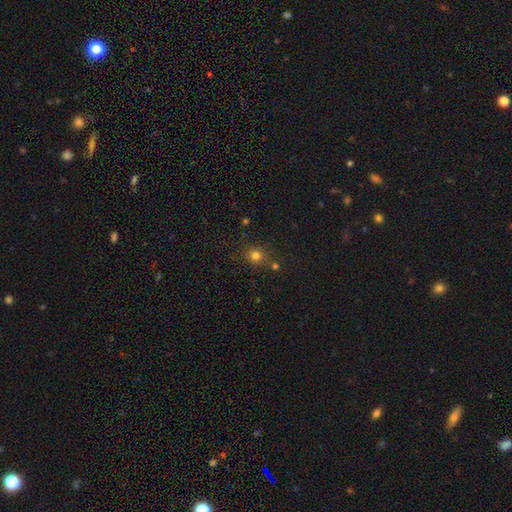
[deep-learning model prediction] Smooth or featured: smooth — 75% (star or artifact — 18%)
How rounded: round — 85% (in between — 14%)
Merging: none — 77% (minor disturbance — 11%)